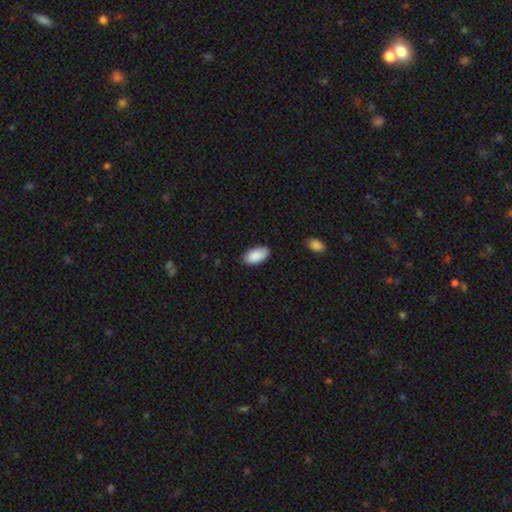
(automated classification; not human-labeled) Overall: smooth (90%). How rounded: in between (95%). Merging: none (83%).